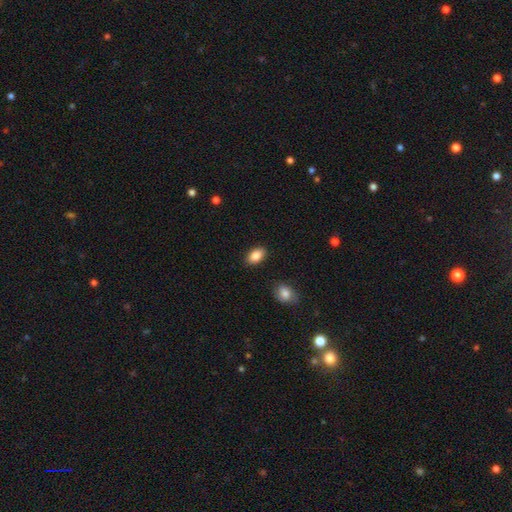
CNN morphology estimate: The model was most divided on "merging": none: 88%, minor disturbance: 8%, major disturbance: 2%, merger: 2%. More confident: how rounded — in between (90%); smooth or featured — smooth (87%).